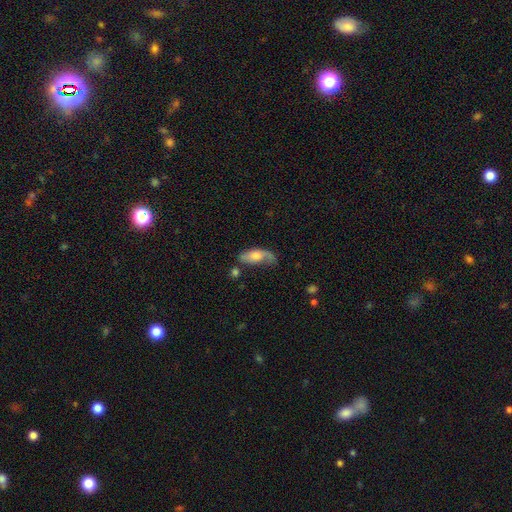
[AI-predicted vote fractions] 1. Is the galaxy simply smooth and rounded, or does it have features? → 52% smooth, 41% featured or disk, 7% star or artifact.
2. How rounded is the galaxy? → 78% in between, 18% cigar-shaped, 4% round.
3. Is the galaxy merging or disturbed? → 44% none, 30% minor disturbance, 19% major disturbance, 7% merger.